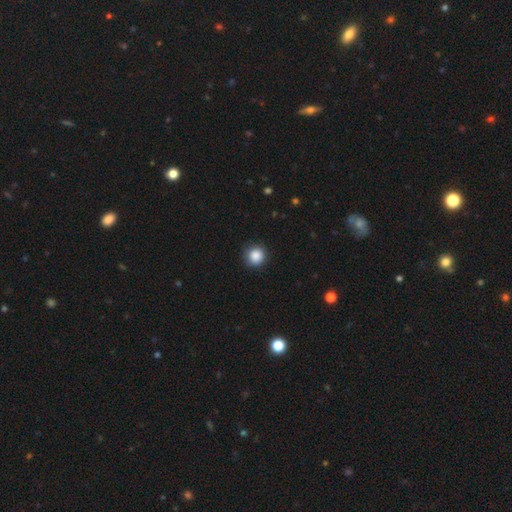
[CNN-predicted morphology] Smooth or featured? smooth (87%)
How rounded? round (93%)
Merging? none (87%)